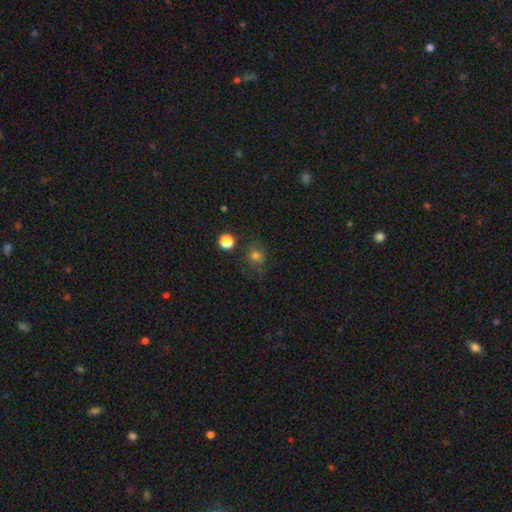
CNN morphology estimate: Q: Smooth or featured?
A: smooth (72%); runner-up: star or artifact (18%)
Q: How rounded?
A: round (81%); runner-up: in between (18%)
Q: Merging?
A: none (70%); runner-up: minor disturbance (17%)